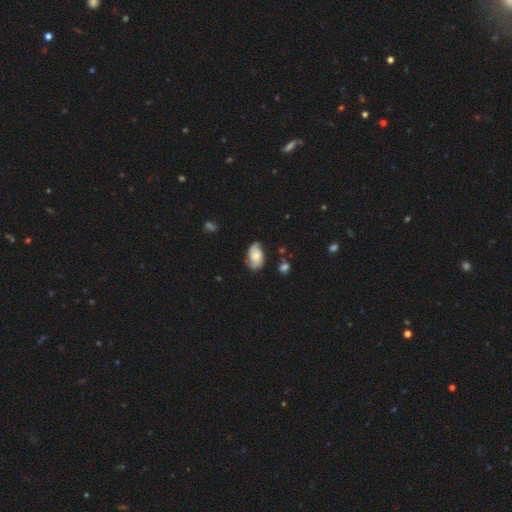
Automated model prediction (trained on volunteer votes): Smooth or featured? featured or disk (49%)
Merging? none (65%)